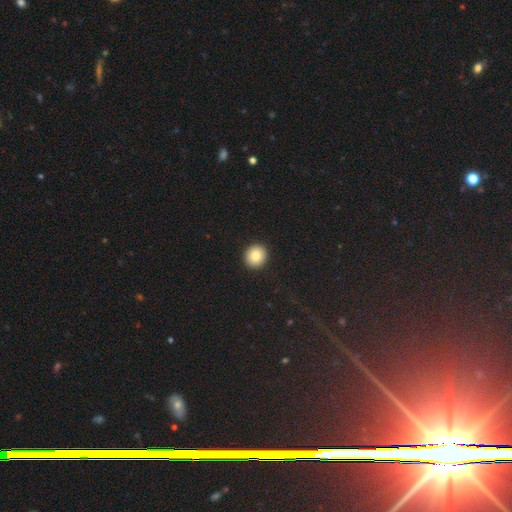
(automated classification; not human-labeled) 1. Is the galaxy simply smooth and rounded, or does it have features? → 84% smooth, 9% star or artifact, 7% featured or disk.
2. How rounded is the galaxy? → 84% round, 15% in between, 1% cigar-shaped.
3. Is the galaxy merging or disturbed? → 93% none, 4% minor disturbance, 2% major disturbance, 1% merger.